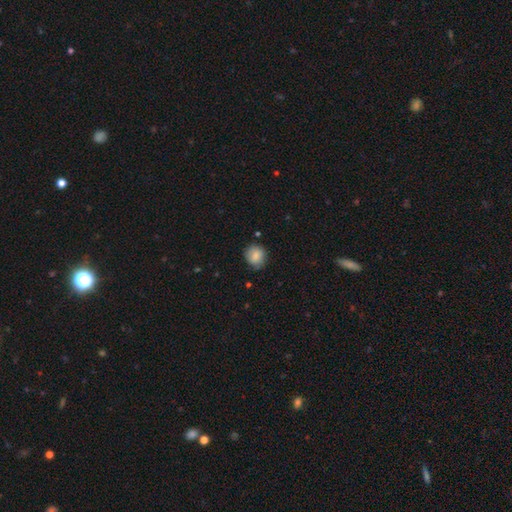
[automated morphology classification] Q: Smooth or featured?
A: smooth (83%); runner-up: featured or disk (9%)
Q: How rounded?
A: round (78%); runner-up: in between (21%)
Q: Merging?
A: none (76%); runner-up: minor disturbance (19%)